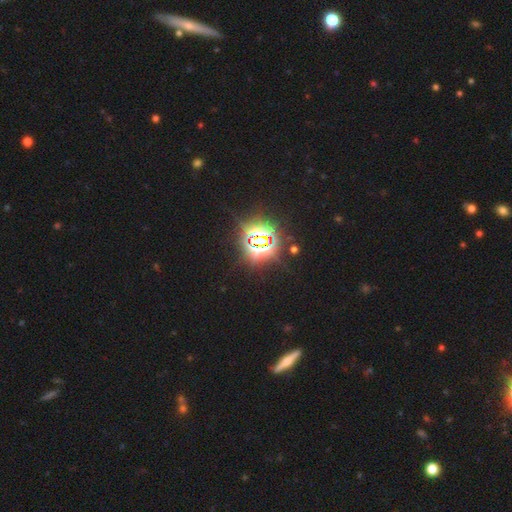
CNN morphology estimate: Smooth or featured: star or artifact — 77% (smooth — 15%)